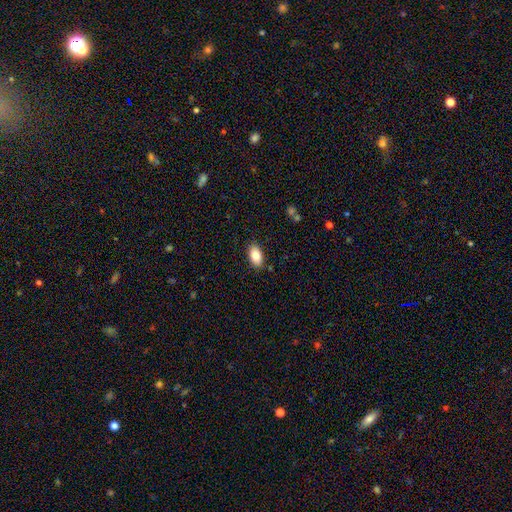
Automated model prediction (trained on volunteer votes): Smooth or featured? smooth (84%)
How rounded? in between (93%)
Merging? none (86%)